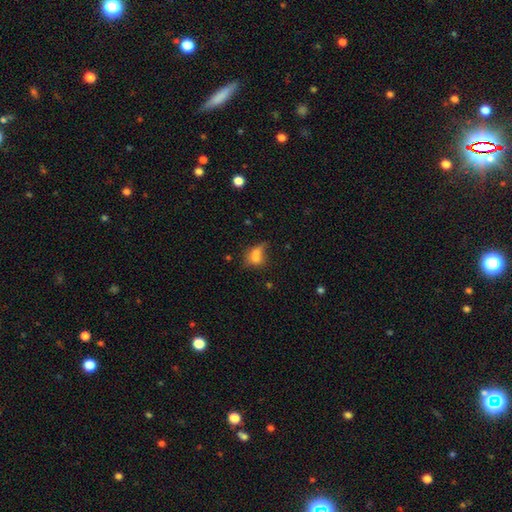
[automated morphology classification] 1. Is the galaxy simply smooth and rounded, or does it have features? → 68% smooth, 19% featured or disk, 13% star or artifact.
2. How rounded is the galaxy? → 65% in between, 29% round, 6% cigar-shaped.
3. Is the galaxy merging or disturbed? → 34% merger, 28% none, 20% minor disturbance, 18% major disturbance.